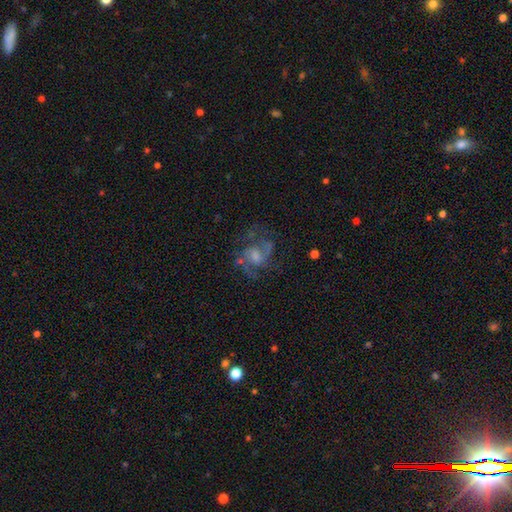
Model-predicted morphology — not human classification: smooth_or_featured: featured or disk (p=0.74) [alt: smooth p=0.14]
disk_edge_on: no (p=0.97) [alt: yes p=0.03]
bar: no (p=0.49) [alt: weak p=0.42]
has_spiral_arms: yes (p=0.87) [alt: no p=0.13]
spiral_winding: medium (p=0.53) [alt: loose p=0.28]
spiral_arm_count: 2 (p=0.62) [alt: can't tell p=0.17]
bulge_size: moderate (p=0.37) [alt: small p=0.33]
merging: none (p=0.61) [alt: major disturbance p=0.19]